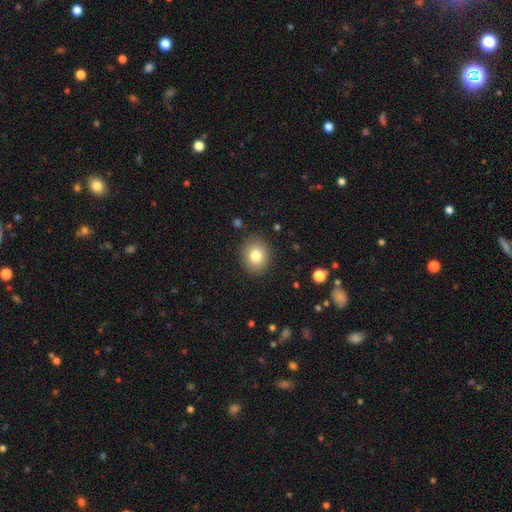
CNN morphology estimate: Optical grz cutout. It shows a smooth galaxy with no disk features (80%) that is round (65%). Merging: none (89%).